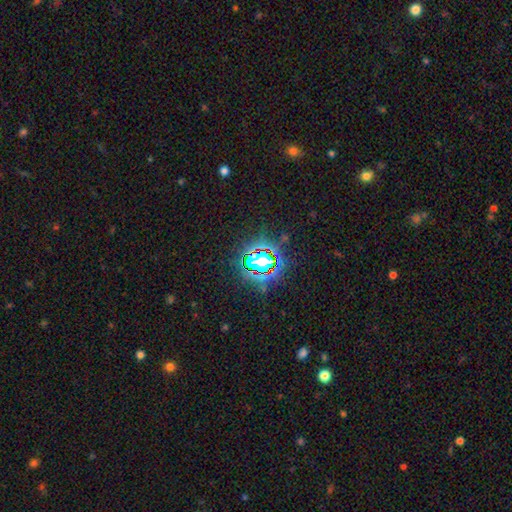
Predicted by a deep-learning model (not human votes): Morphology: type=star or artifact (79%).